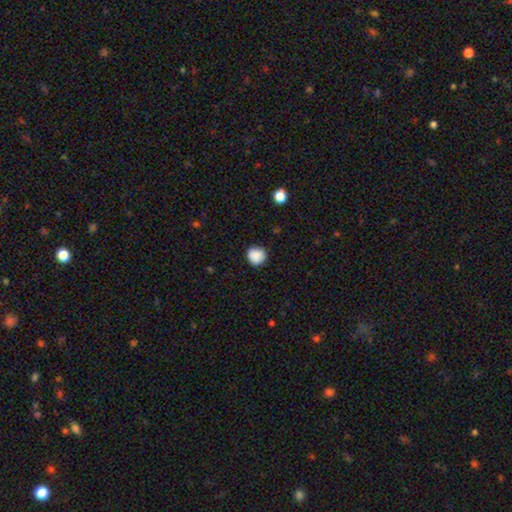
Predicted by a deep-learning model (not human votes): Q: Smooth or featured?
A: smooth (88%); runner-up: star or artifact (8%)
Q: How rounded?
A: round (90%); runner-up: in between (9%)
Q: Merging?
A: none (85%); runner-up: minor disturbance (11%)